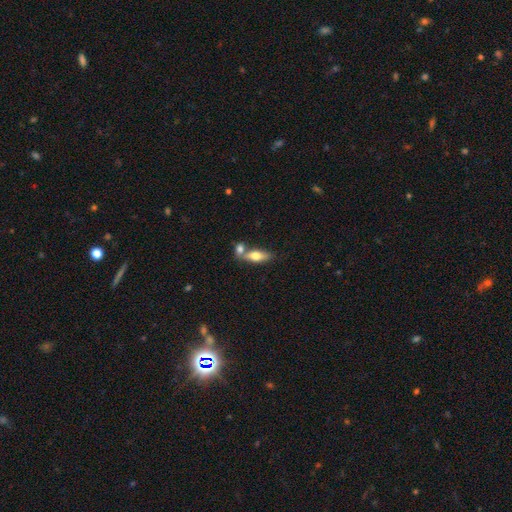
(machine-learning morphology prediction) A smooth galaxy with no disk features (64%) that is in between round and cigar-shaped (71%). Merging: none (45%).